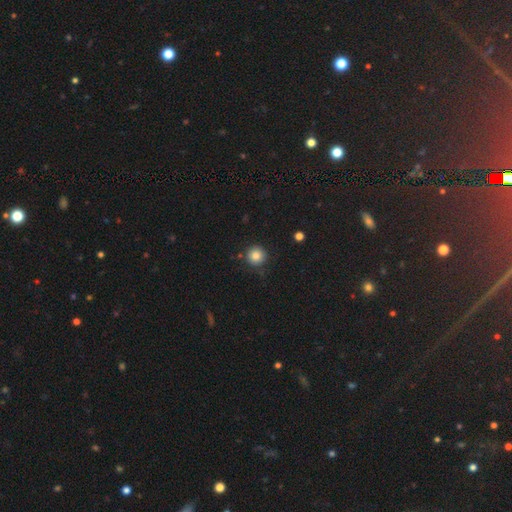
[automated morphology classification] This is clearly a smooth galaxy (83%). How rounded: clearly round (95%). Merging: clearly none (86%).